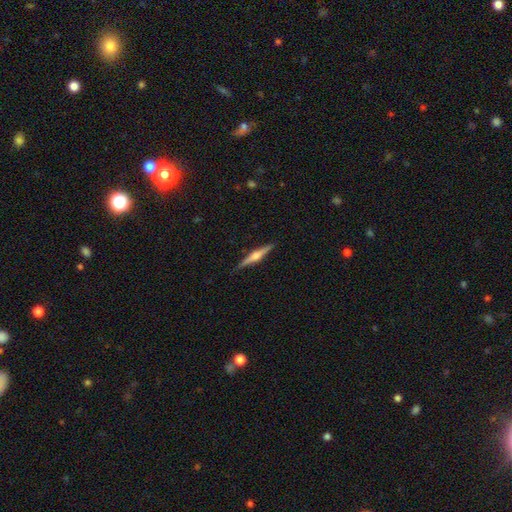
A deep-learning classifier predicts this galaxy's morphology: The model was most divided on "smooth or featured": featured or disk: 72%, smooth: 22%, star or artifact: 6%. More confident: edge-on disk — yes (98%); merging — none (90%); edge-on bulge — rounded (85%).